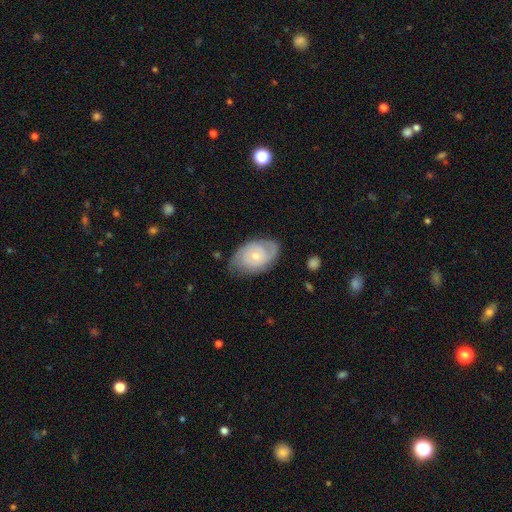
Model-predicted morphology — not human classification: smooth-or-featured: featured or disk: 72% | smooth: 22% | star or artifact: 6%
  disk-edge-on: no: 96% | yes: 4%
    bar: no: 69% | weak: 27% | strong: 4%
    has-spiral-arms: yes: 89% | no: 11%
      spiral-winding: tight: 60% | medium: 31% | loose: 9%
      spiral-arm-count: 2: 55% | can't tell: 27% | 3: 8% | 1: 6% | 4: 2% | more than 4: 2%
    bulge-size: small: 58% | moderate: 38% | large: 2% | none: 1% | dominant: 1%
  merging: none: 70% | minor disturbance: 22% | major disturbance: 6% | merger: 1%